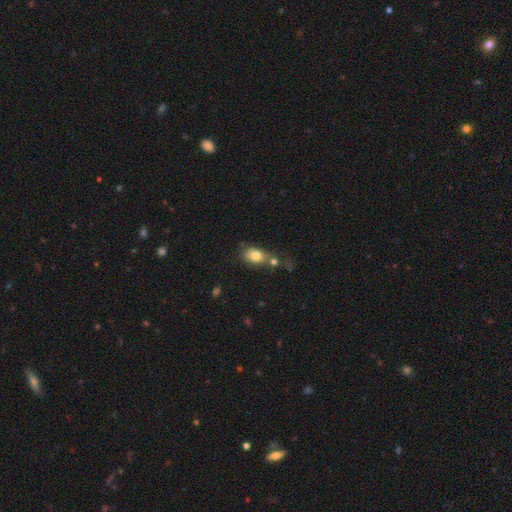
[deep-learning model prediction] Smooth or featured?
  - smooth: 79% *
  - featured or disk: 12%
  - star or artifact: 9%
How rounded?
  - in between: 71% *
  - round: 27%
  - cigar-shaped: 2%
Merging?
  - none: 42% *
  - merger: 32%
  - minor disturbance: 17%
  - major disturbance: 9%